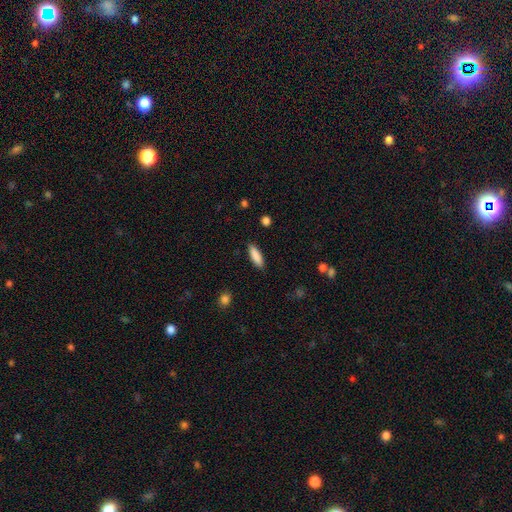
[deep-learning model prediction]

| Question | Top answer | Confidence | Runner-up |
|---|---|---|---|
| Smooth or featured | smooth | 87% | featured or disk (7%) |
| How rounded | cigar-shaped | 56% | in between (43%) |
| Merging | none | 89% | minor disturbance (8%) |